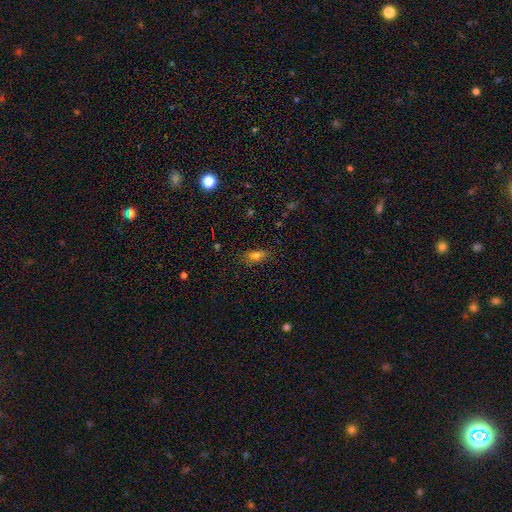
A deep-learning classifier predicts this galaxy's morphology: The model was most divided on "smooth or featured": smooth: 70%, featured or disk: 16%, star or artifact: 14%. More confident: merging — none (77%); how rounded — in between (77%).